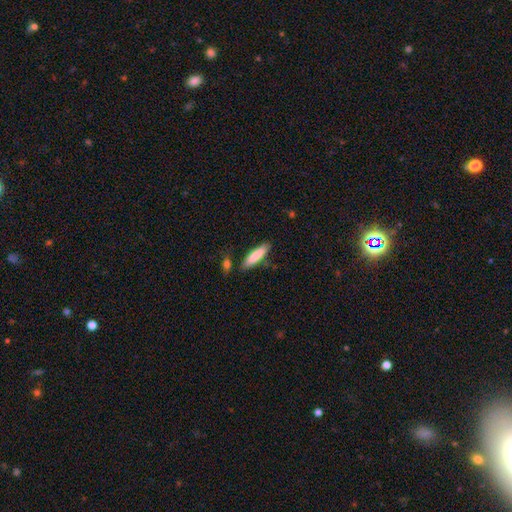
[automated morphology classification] This is clearly a smooth galaxy (85%). How rounded: likely cigar-shaped (71%). Merging: likely none (80%).